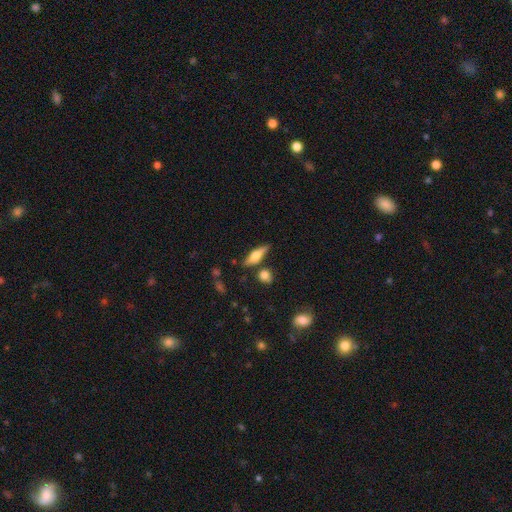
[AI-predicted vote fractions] Smooth or featured? smooth (48%)
Merging? none (75%)